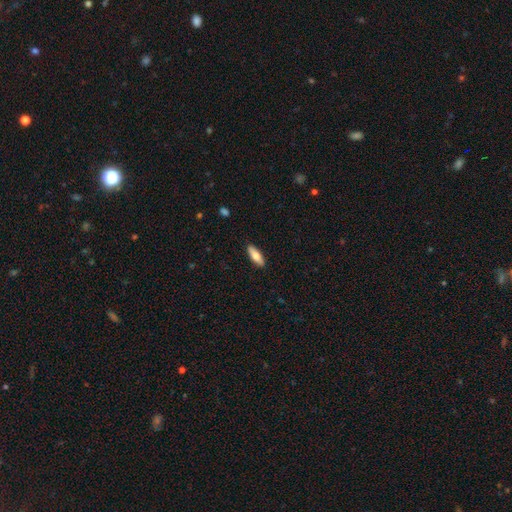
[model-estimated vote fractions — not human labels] smooth 69%, featured or disk 25%, star or artifact 6%. Down the decision tree: how rounded — in between (61%); merging — none (90%).